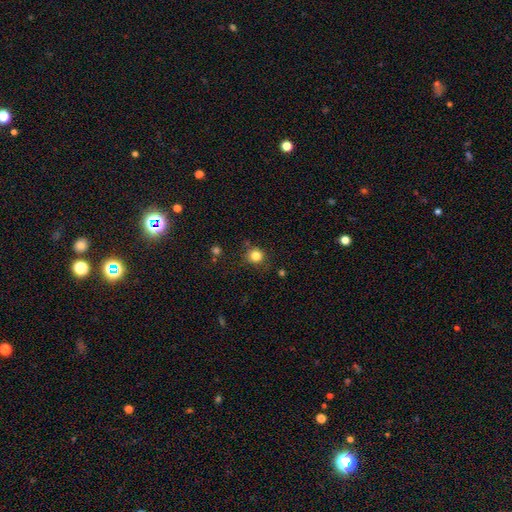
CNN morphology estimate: Smooth or featured? smooth (82%)
How rounded? round (91%)
Merging? none (81%)